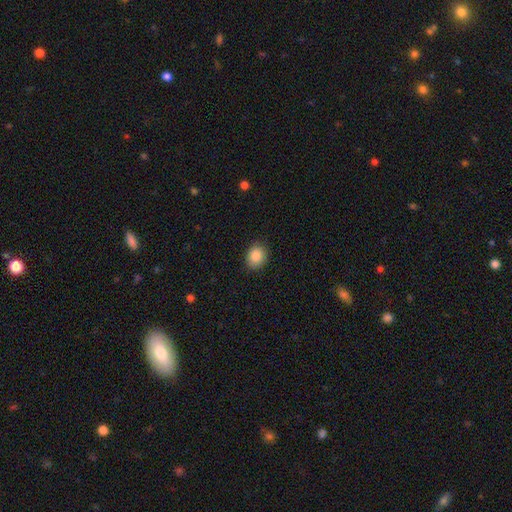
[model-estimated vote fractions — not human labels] smooth_or_featured: smooth (p=0.87) [alt: star or artifact p=0.08]
how_rounded: round (p=0.55) [alt: in between p=0.44]
merging: none (p=0.88) [alt: minor disturbance p=0.09]